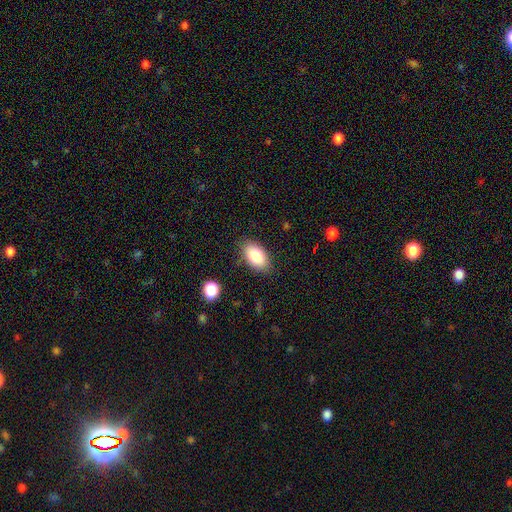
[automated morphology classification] This appears to be a smooth galaxy with no disk features (84%) that is in between round and cigar-shaped (93%). Merging: none (83%).